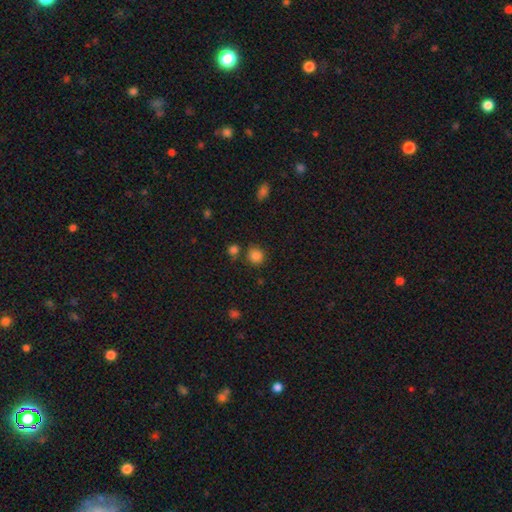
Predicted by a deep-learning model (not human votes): A smooth galaxy with no disk features (84%) that is round (87%). Merging: none (78%).